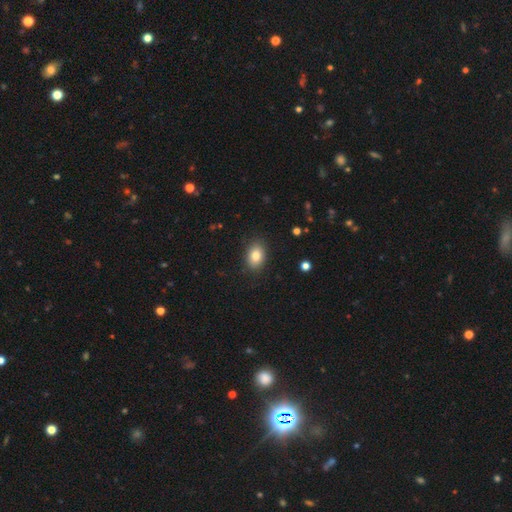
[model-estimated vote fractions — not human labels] The model was most divided on "how rounded": in between: 81%, round: 17%, cigar-shaped: 1%. More confident: merging — none (87%); smooth or featured — smooth (83%).